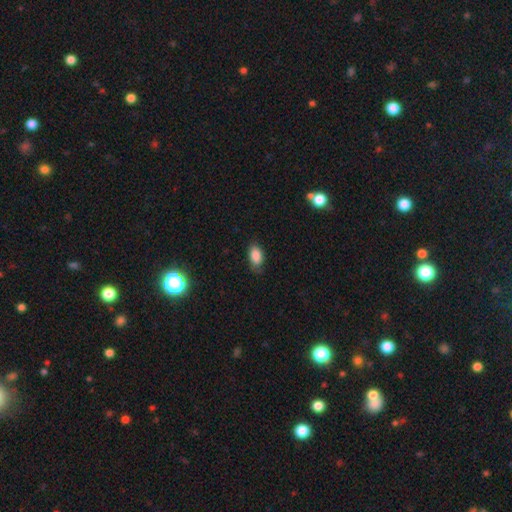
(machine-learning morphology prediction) Smooth or featured? Predicted: smooth (p=0.87). How rounded? Predicted: in between (p=0.91). Merging? Predicted: none (p=0.75).